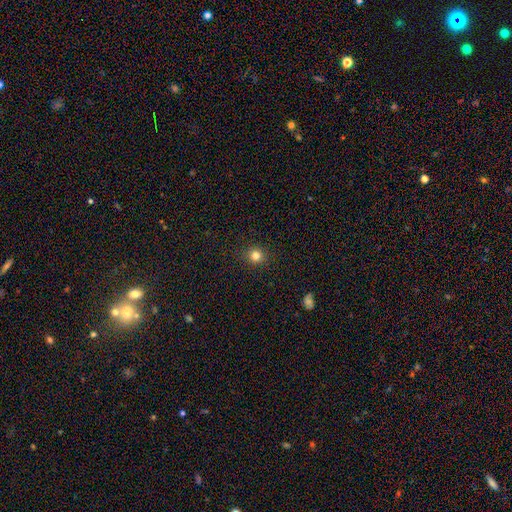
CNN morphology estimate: type=smooth (81%); roundness=round (91%); merging=none (91%).